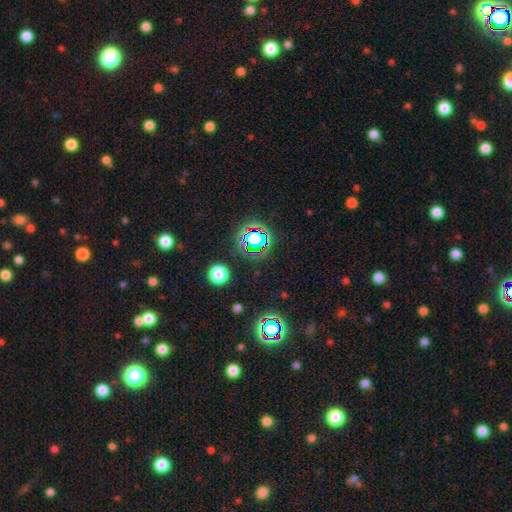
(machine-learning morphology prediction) Smooth or featured?
  - star or artifact: 76% *
  - smooth: 16%
  - featured or disk: 8%